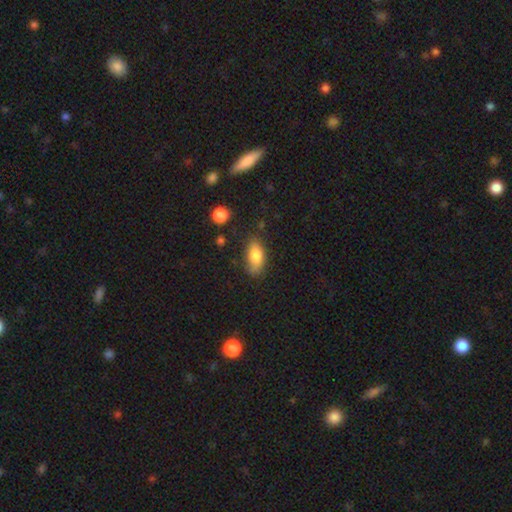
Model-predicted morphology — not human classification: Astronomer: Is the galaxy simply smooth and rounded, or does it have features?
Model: smooth — 83%.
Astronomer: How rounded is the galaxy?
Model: in between — 89%.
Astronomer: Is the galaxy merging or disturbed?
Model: none — 69%.